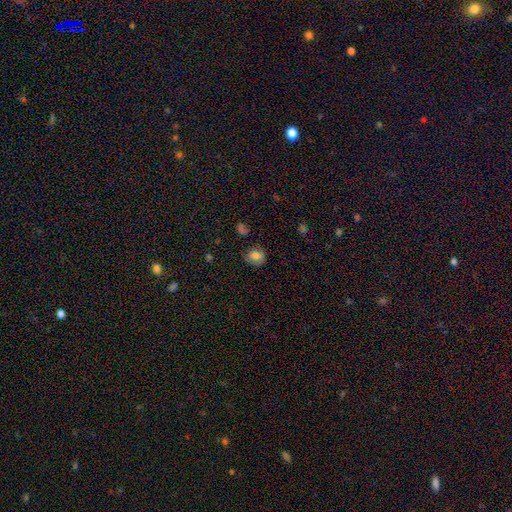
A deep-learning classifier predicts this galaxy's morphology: A smooth galaxy with no disk features (79%) that is round (73%).

Vote fractions:
- Smooth or featured? smooth: 79% / star or artifact: 11% / featured or disk: 10%
- How rounded? round: 73% / in between: 26% / cigar-shaped: 1%
- Merging? none: 75% / minor disturbance: 19% / major disturbance: 4% / merger: 2%